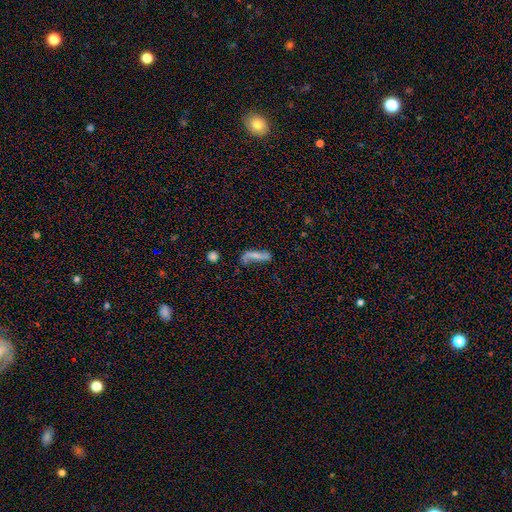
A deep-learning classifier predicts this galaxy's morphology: Smooth or featured? smooth (55%)
How rounded? cigar-shaped (72%)
Merging? none (39%)